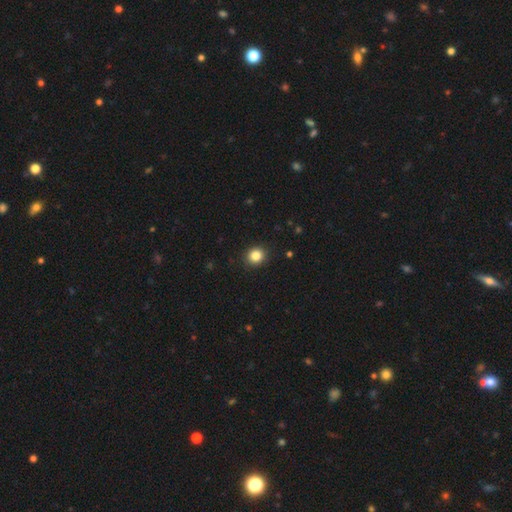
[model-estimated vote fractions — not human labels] This is clearly a smooth galaxy (84%). How rounded: clearly round (85%). Merging: clearly none (91%).